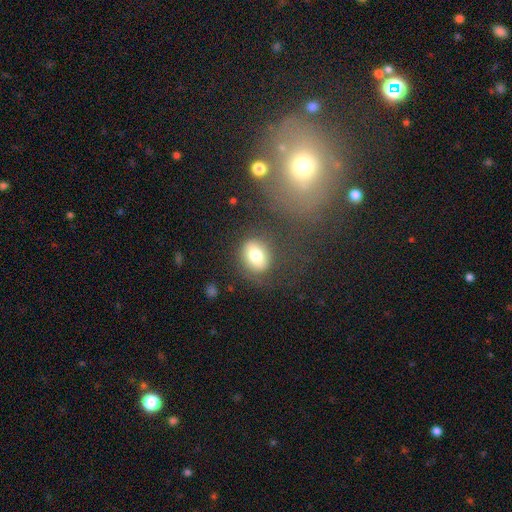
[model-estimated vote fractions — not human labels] A smooth galaxy with no disk features (75%) that is in between round and cigar-shaped (52%). Merging: none (71%).